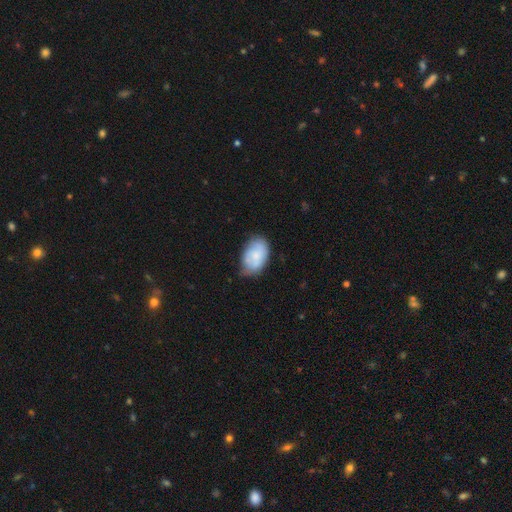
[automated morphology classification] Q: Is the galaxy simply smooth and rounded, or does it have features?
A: smooth — 75%.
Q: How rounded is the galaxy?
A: in between — 90%.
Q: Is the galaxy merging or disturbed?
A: none — 62%.